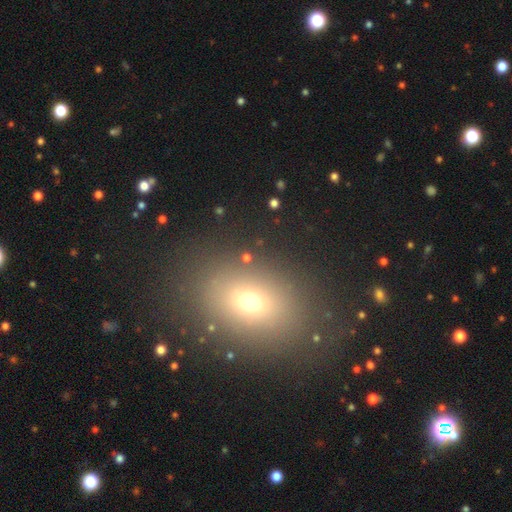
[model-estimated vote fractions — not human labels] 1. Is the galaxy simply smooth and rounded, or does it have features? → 63% smooth, 24% star or artifact, 13% featured or disk.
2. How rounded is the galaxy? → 71% in between, 27% round, 2% cigar-shaped.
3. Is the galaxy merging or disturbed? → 85% none, 8% minor disturbance, 4% major disturbance, 2% merger.